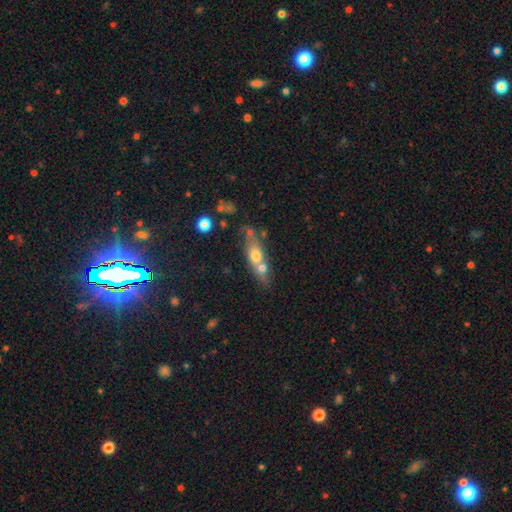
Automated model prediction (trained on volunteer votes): This is possibly a smooth galaxy (57%). How rounded: possibly in between (50%). Merging: possibly merger (48%).